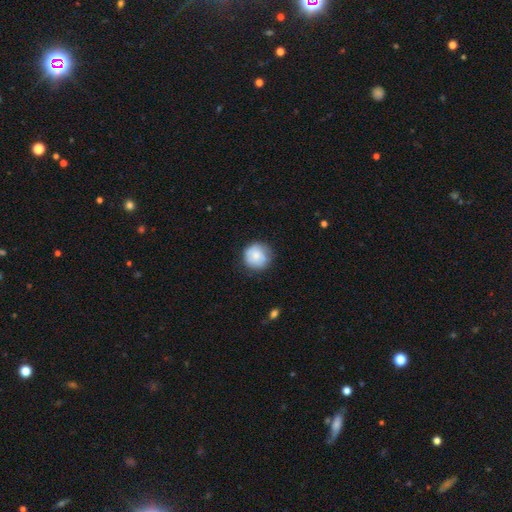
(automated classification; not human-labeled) This is likely a smooth galaxy (75%). How rounded: clearly round (92%). Merging: likely none (76%).